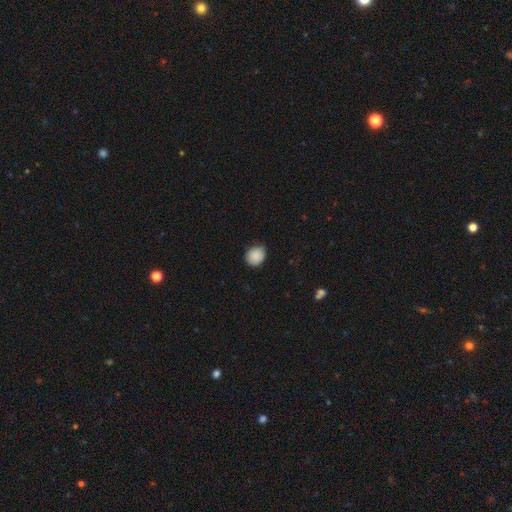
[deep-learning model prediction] smooth 88%, star or artifact 8%, featured or disk 4%. Down the decision tree: how rounded — round (65%); merging — none (76%).